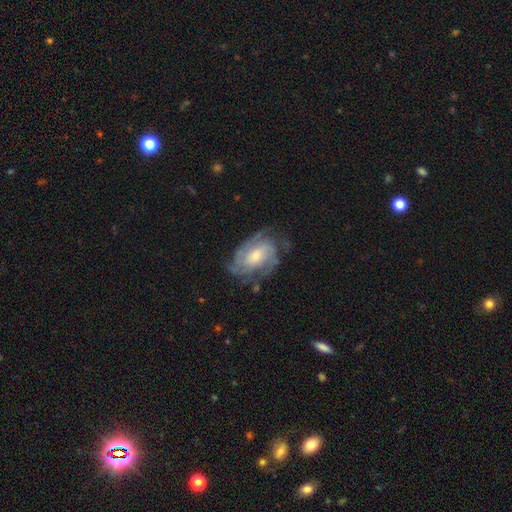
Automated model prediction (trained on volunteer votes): Smooth or featured?
  - featured or disk: 81% *
  - smooth: 13%
  - star or artifact: 6%
Edge-on disk?
  - no: 97% *
  - yes: 3%
Bar?
  - no: 49% *
  - weak: 41%
  - strong: 10%
Spiral arms?
  - yes: 94% *
  - no: 6%
Spiral winding?
  - tight: 51% *
  - medium: 39%
  - loose: 10%
Spiral arm count?
  - can't tell: 29% *
  - 2: 26%
  - 3: 25%
  - 4: 10%
  - 1: 5%
  - more than 4: 5%
Bulge size?
  - moderate: 49% *
  - small: 27%
  - large: 16%
  - none: 6%
  - dominant: 2%
Merging?
  - none: 65% *
  - minor disturbance: 21%
  - major disturbance: 12%
  - merger: 1%